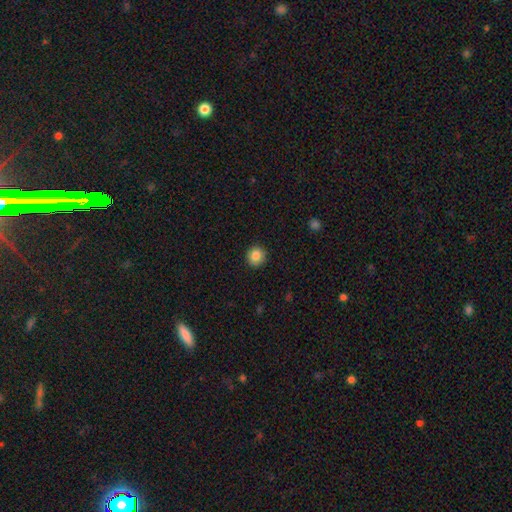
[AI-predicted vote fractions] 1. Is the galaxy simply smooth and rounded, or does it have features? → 85% smooth, 10% star or artifact, 5% featured or disk.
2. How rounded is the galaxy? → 92% round, 7% in between, 1% cigar-shaped.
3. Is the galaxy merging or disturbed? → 92% none, 6% minor disturbance, 2% major disturbance, 1% merger.